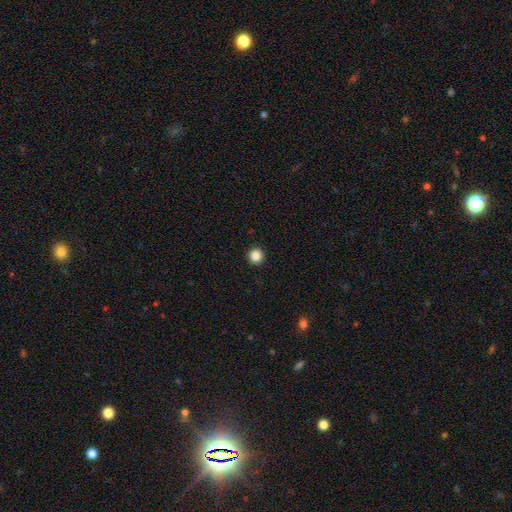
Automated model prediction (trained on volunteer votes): The model was most divided on "smooth or featured": smooth: 86%, star or artifact: 11%, featured or disk: 3%. More confident: how rounded — round (96%); merging — none (94%).